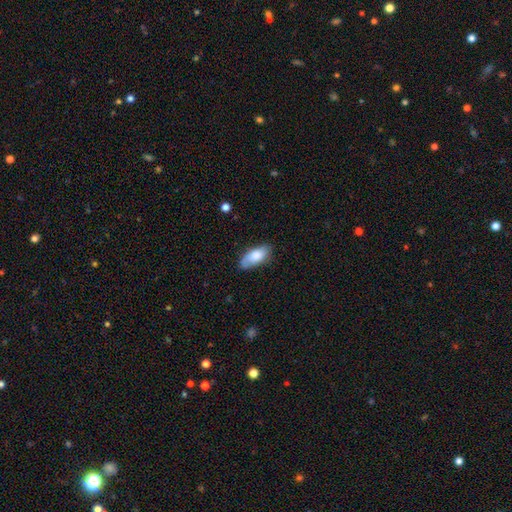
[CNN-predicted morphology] A smooth galaxy with no disk features (76%) that is in between round and cigar-shaped (89%).

Vote fractions:
- Smooth or featured? smooth: 76% / featured or disk: 18% / star or artifact: 6%
- How rounded? in between: 89% / cigar-shaped: 9% / round: 3%
- Merging? none: 70% / minor disturbance: 23% / major disturbance: 5% / merger: 2%